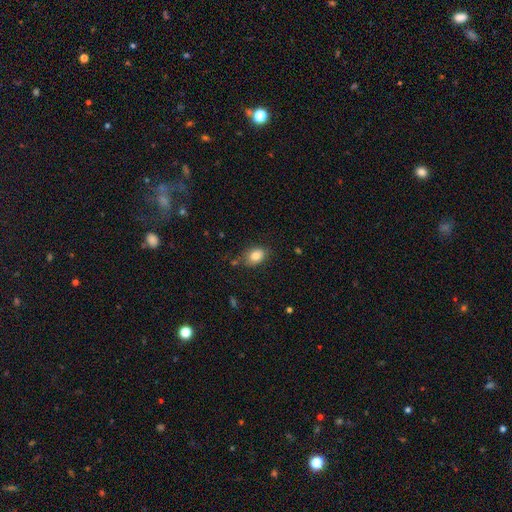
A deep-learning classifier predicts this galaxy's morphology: Smooth or featured: smooth — 82% (star or artifact — 9%)
How rounded: in between — 74% (round — 25%)
Merging: none — 76% (minor disturbance — 17%)